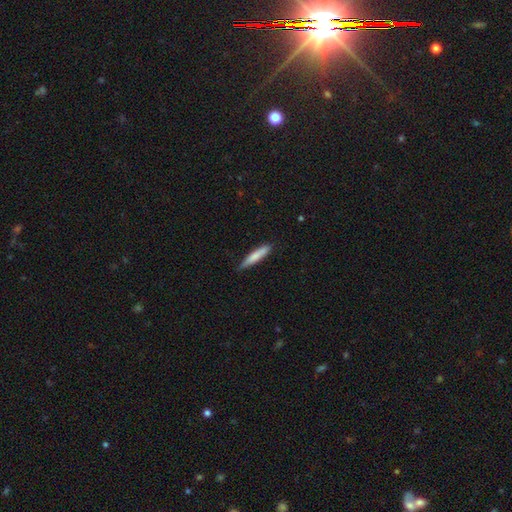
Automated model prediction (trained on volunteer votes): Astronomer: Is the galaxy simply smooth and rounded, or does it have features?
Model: smooth — 76%.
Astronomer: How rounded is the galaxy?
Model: cigar-shaped — 89%.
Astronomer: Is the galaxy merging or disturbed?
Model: none — 82%.